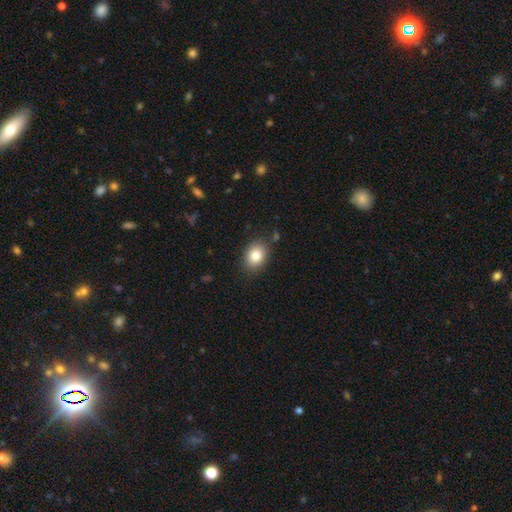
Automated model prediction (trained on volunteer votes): smooth_or_featured: smooth (p=0.84) [alt: star or artifact p=0.09]
how_rounded: in between (p=0.63) [alt: round p=0.36]
merging: none (p=0.84) [alt: minor disturbance p=0.11]